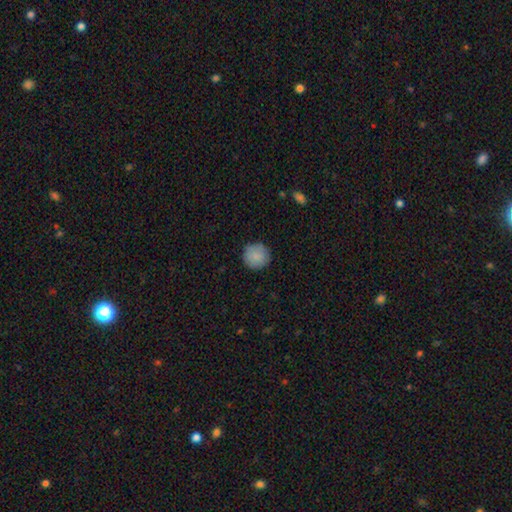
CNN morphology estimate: This appears to be a smooth galaxy with no disk features (87%) that is round (94%). Merging: none (89%).